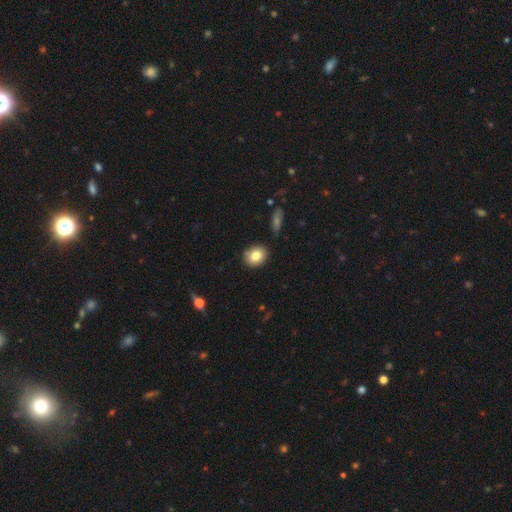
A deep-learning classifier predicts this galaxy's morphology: Smooth or featured? smooth (81%)
How rounded? round (52%)
Merging? none (84%)